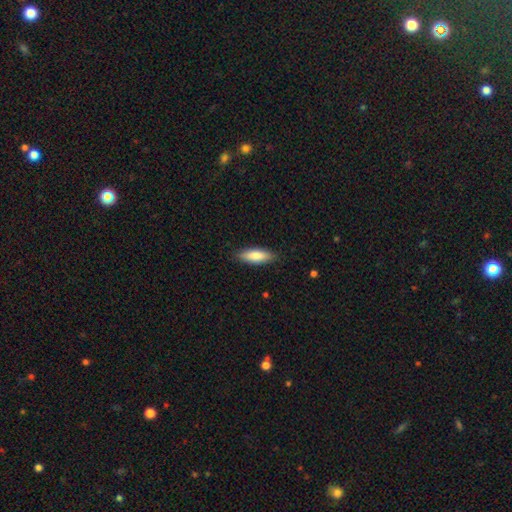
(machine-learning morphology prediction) smooth 82%, featured or disk 12%, star or artifact 6%. Down the decision tree: how rounded — in between (56%); merging — none (87%).